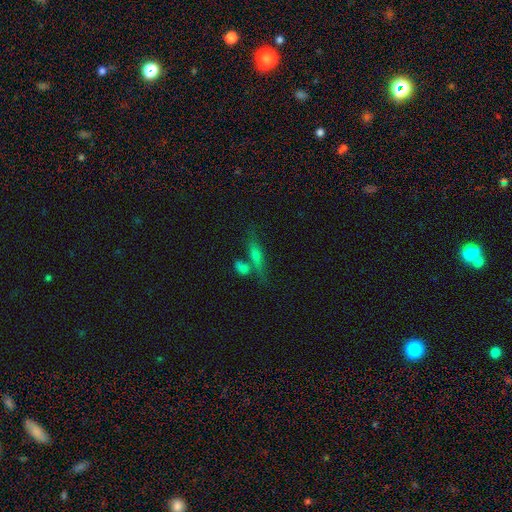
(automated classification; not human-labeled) smooth-or-featured: smooth: 46% | featured or disk: 38% | star or artifact: 16%
  merging: none: 56% | merger: 25% | minor disturbance: 13% | major disturbance: 6%